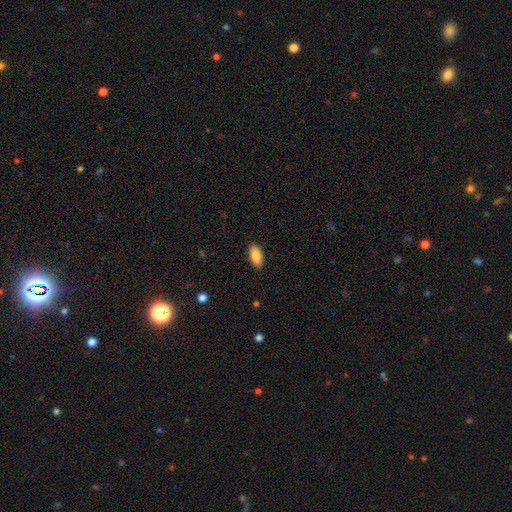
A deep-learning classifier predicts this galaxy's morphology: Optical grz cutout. It shows a smooth galaxy with no disk features (88%) that is in between round and cigar-shaped (90%). Merging: none (89%).